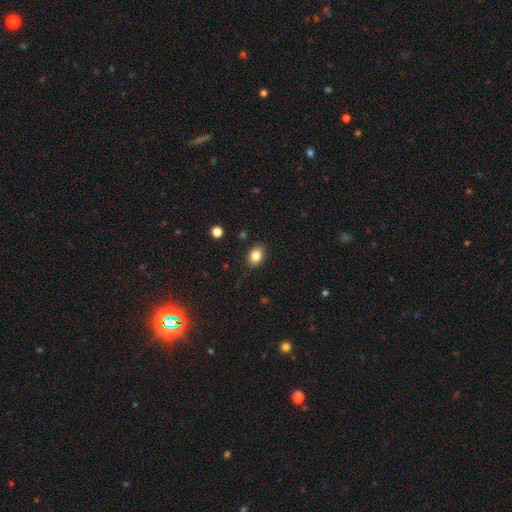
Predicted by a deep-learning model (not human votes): Smooth or featured? smooth (84%)
How rounded? in between (68%)
Merging? none (85%)